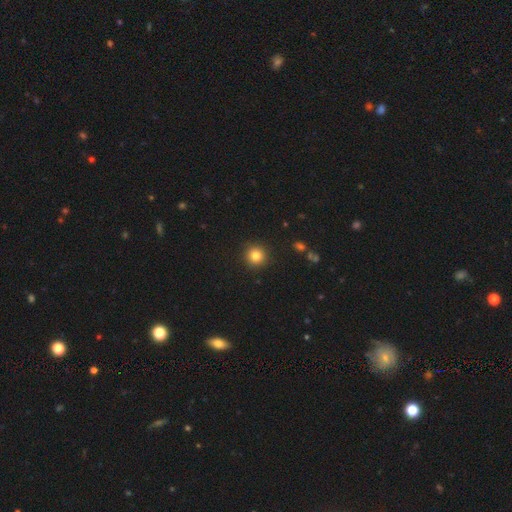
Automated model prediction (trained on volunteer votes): This appears to be a smooth galaxy with no disk features (83%) that is round (95%). Merging: none (92%).